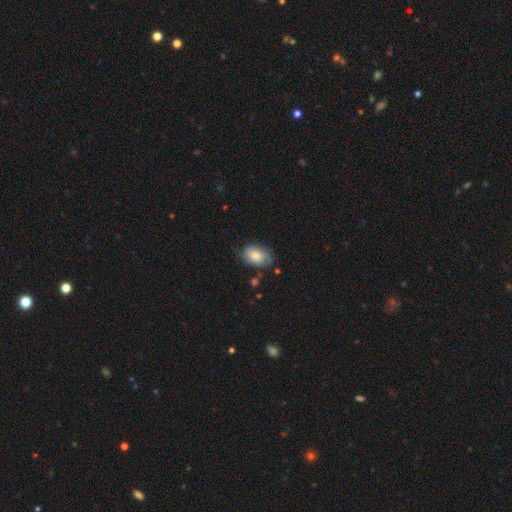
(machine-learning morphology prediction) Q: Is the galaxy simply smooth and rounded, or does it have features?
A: smooth — 66%.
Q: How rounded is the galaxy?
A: in between — 88%.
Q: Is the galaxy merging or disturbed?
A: none — 66%.